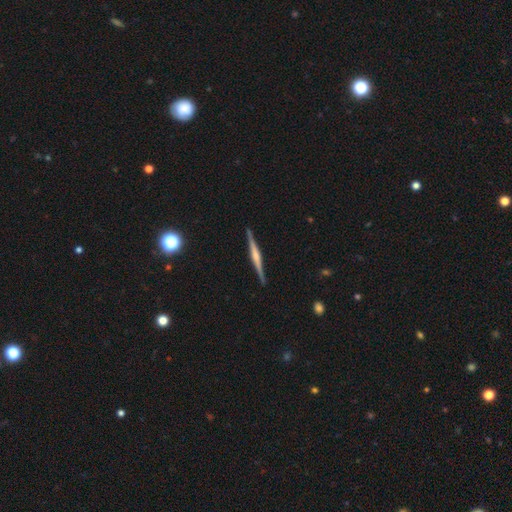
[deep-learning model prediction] Overall: featured or disk (76%). Edge-on disk: yes (98%). Edge-on bulge: rounded (63%). Merging: none (91%).